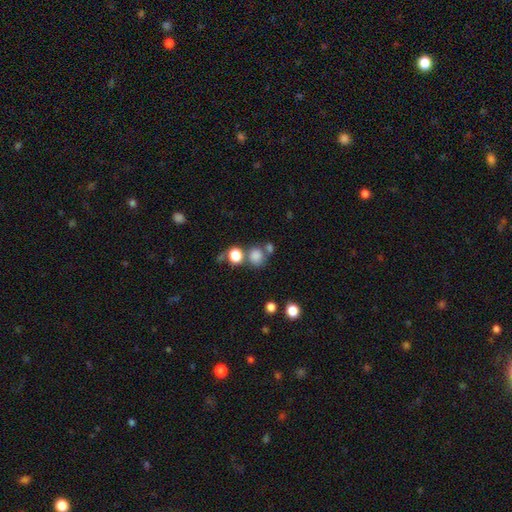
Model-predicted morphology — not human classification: This appears to be a smooth galaxy with no disk features (79%) that is round (83%). Merging: none (57%).